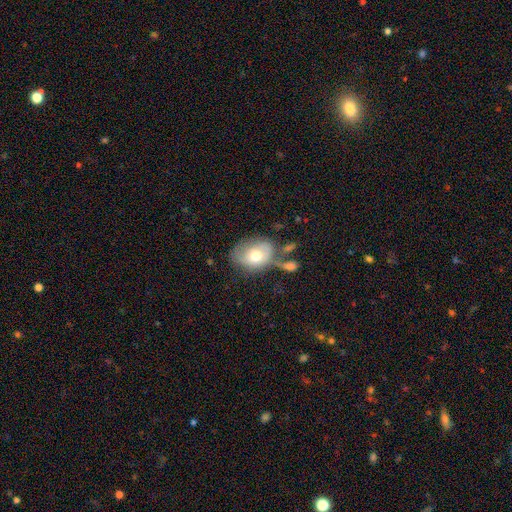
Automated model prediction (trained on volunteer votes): Morphology: type=smooth (65%); roundness=in between (68%); merging=none (38%).